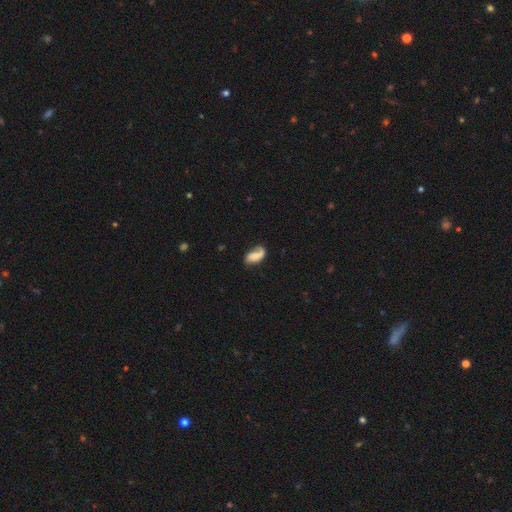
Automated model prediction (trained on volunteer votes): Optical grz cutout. It shows a featured or disk galaxy (49%). Merging: none (53%).